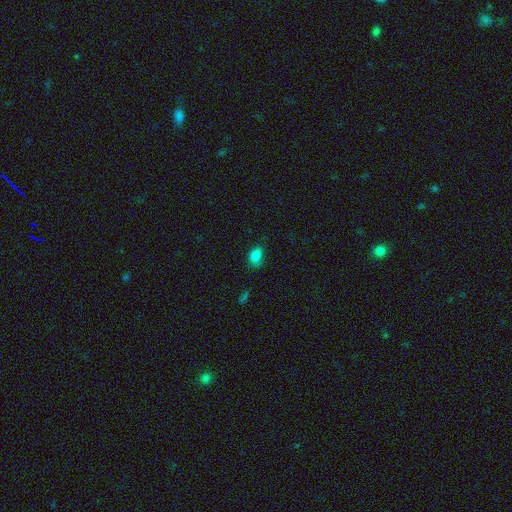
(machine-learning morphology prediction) A smooth galaxy with no disk features (84%) that is in between round and cigar-shaped (80%). Merging: none (68%).